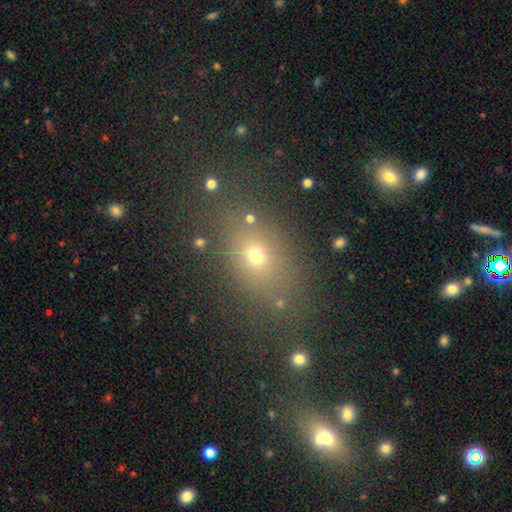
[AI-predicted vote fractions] A smooth galaxy with no disk features (65%) that is in between round and cigar-shaped (64%). Merging: none (74%).